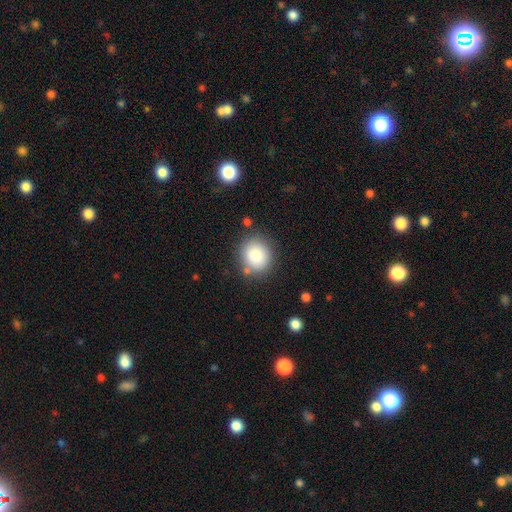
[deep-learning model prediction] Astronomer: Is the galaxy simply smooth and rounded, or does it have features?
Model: smooth — 86%.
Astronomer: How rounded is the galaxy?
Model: round — 79%.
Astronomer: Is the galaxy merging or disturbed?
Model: none — 79%.